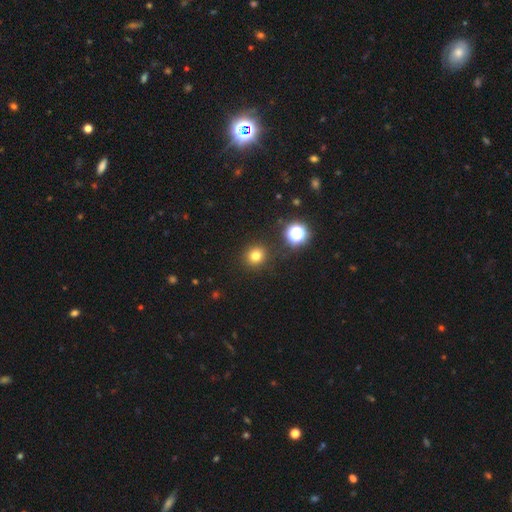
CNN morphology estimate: smooth_or_featured: smooth (p=0.76) [alt: star or artifact p=0.18]
how_rounded: round (p=0.89) [alt: in between p=0.10]
merging: none (p=0.89) [alt: minor disturbance p=0.06]